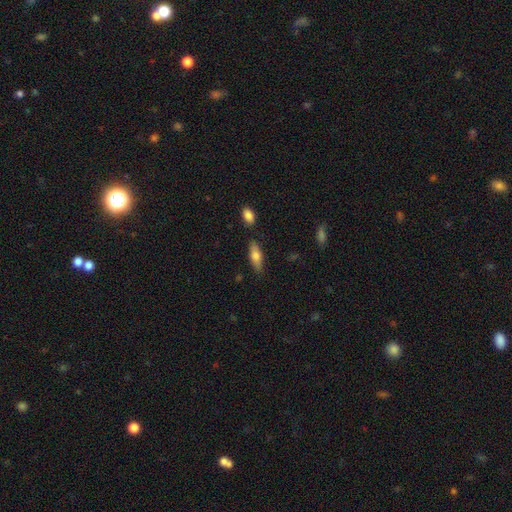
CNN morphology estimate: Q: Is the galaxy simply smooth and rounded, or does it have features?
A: smooth — 71%.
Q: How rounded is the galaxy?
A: in between — 59%.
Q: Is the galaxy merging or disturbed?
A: none — 80%.